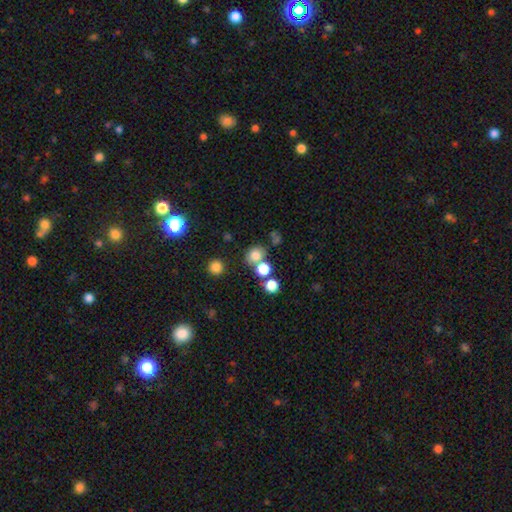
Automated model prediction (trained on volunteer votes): Smooth or featured: smooth — 75% (star or artifact — 17%)
How rounded: round — 74% (in between — 25%)
Merging: none — 61% (merger — 25%)